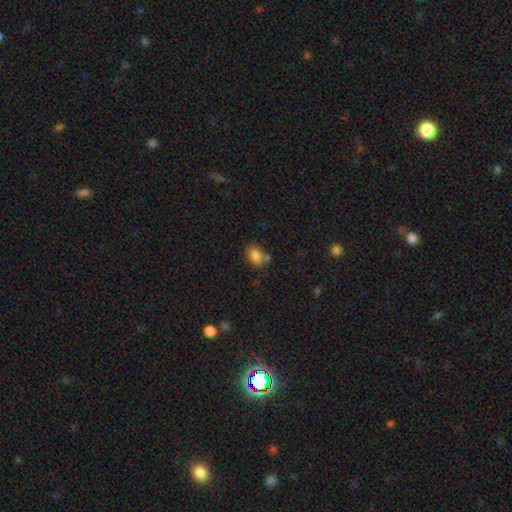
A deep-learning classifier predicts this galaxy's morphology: Overall: smooth (82%). How rounded: in between (79%). Merging: none (65%).